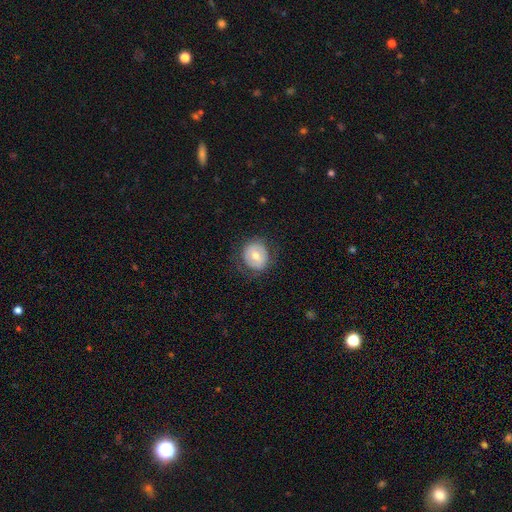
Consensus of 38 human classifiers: Smooth or featured? 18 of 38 (47%) said smooth. How rounded? 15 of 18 (83%) said round. Merging? 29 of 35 (83%) said none.